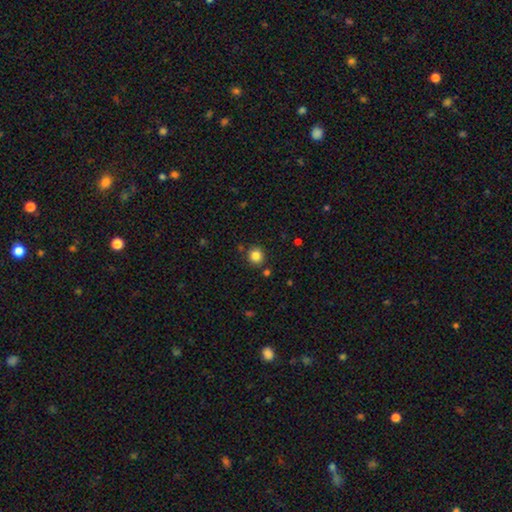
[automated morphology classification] type=smooth (84%); roundness=round (87%); merging=none (86%).